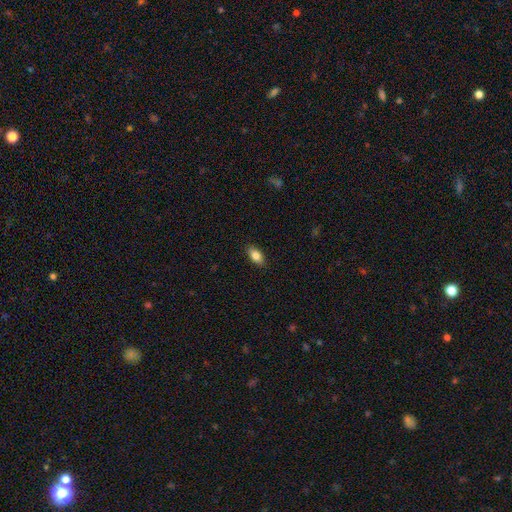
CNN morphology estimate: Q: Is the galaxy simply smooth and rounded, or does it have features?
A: smooth — 84%.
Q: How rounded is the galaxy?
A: in between — 89%.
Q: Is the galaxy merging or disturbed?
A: none — 88%.